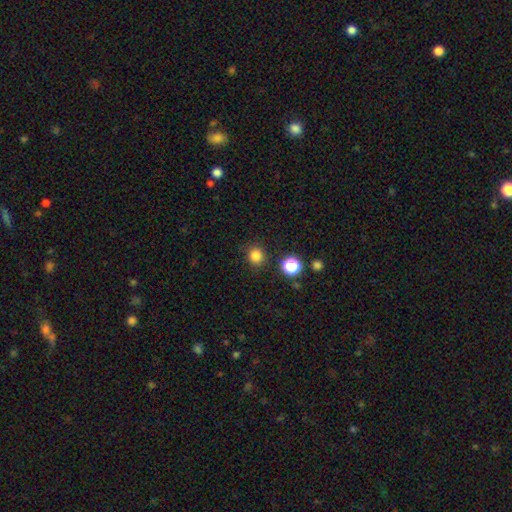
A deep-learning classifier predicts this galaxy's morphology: smooth-or-featured: smooth: 83% | star or artifact: 14% | featured or disk: 4%
  how-rounded: round: 90% | in between: 9% | cigar-shaped: 1%
  merging: none: 86% | minor disturbance: 8% | major disturbance: 3% | merger: 3%